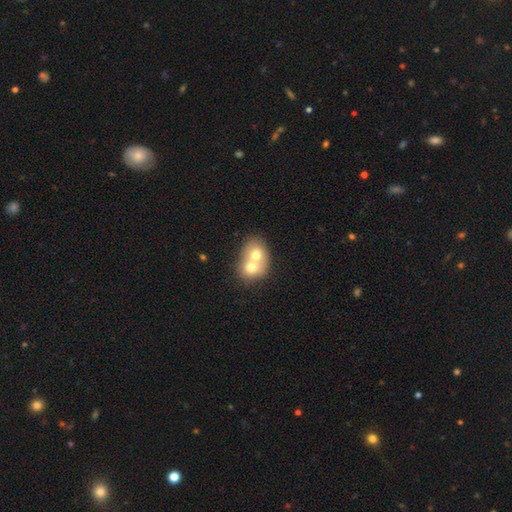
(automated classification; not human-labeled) Q: Smooth or featured?
A: smooth (66%); runner-up: featured or disk (26%)
Q: How rounded?
A: round (54%); runner-up: in between (45%)
Q: Merging?
A: merger (75%); runner-up: none (18%)